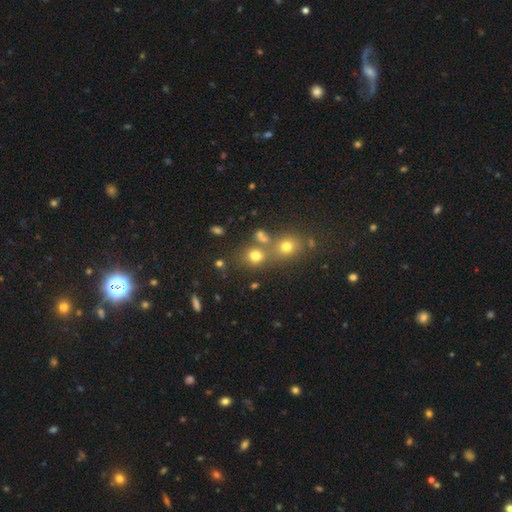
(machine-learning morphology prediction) This appears to be a smooth galaxy with no disk features (71%) that is round (76%). Merging: none (58%).